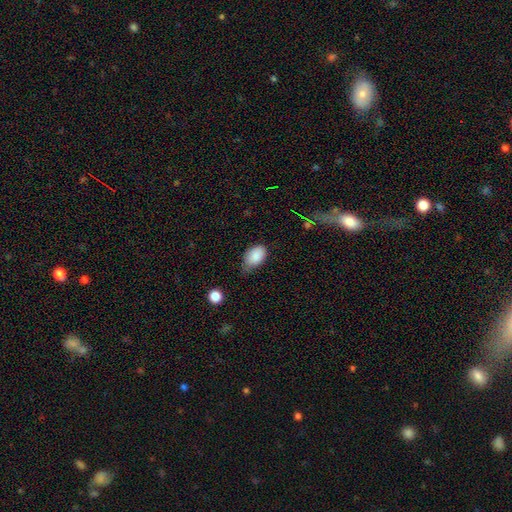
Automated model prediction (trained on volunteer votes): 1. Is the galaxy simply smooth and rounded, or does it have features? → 87% smooth, 8% star or artifact, 5% featured or disk.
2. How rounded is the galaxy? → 87% in between, 12% round, 1% cigar-shaped.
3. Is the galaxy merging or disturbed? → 48% none, 42% minor disturbance, 9% major disturbance, 2% merger.